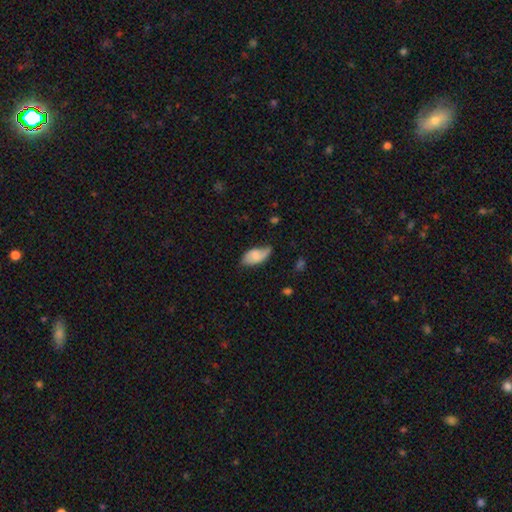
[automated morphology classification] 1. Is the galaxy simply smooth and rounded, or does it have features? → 63% smooth, 30% featured or disk, 7% star or artifact.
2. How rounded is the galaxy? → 93% in between, 4% cigar-shaped, 3% round.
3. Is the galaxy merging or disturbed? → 50% none, 36% minor disturbance, 11% major disturbance, 2% merger.